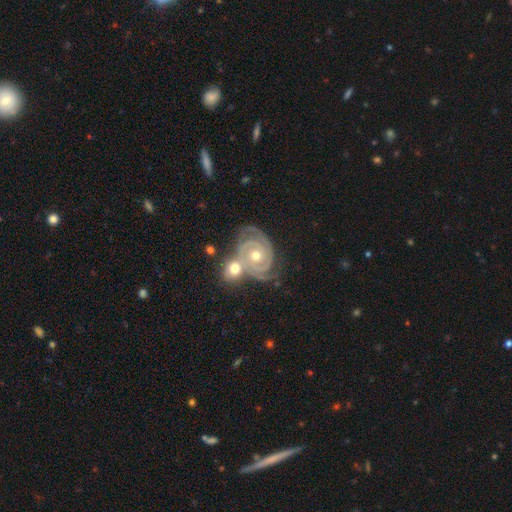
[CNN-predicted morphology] Smooth or featured: featured or disk — 90% (smooth — 5%)
Edge-on disk: no — 98% (yes — 2%)
Bar: no — 76% (weak — 18%)
Spiral arms: yes — 98% (no — 2%)
Spiral winding: tight — 78% (medium — 19%)
Spiral arm count: 2 — 57% (3 — 24%)
Bulge size: moderate — 66% (small — 30%)
Merging: none — 47% (merger — 31%)